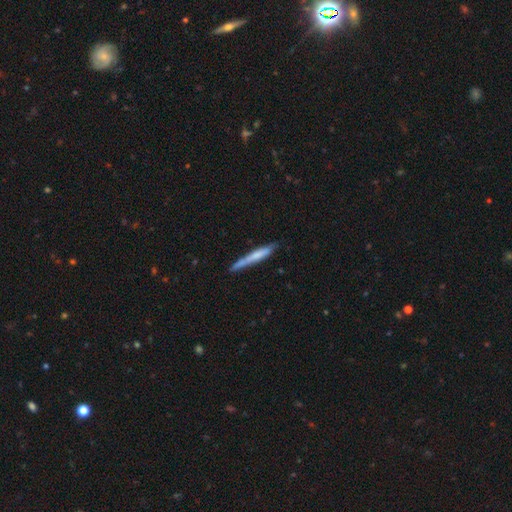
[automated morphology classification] This is possibly a smooth galaxy (56%). How rounded: clearly cigar-shaped (95%). Merging: likely none (72%).